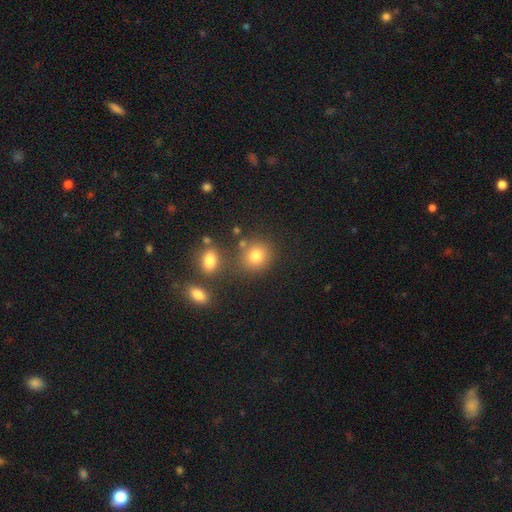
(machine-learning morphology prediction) The model was most divided on "how rounded": round: 79%, in between: 19%, cigar-shaped: 1%. More confident: smooth or featured — smooth (77%); merging — none (73%).